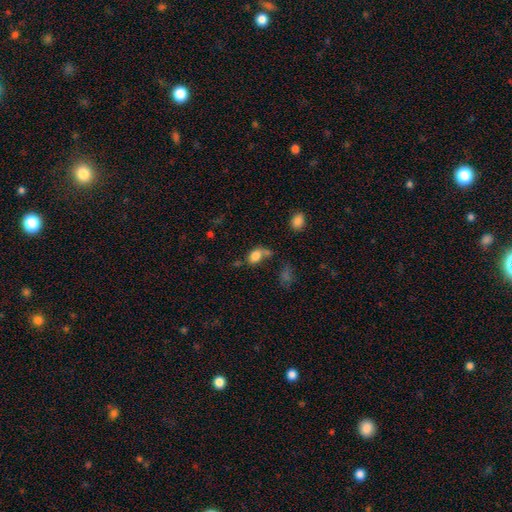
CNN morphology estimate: Q: Smooth or featured?
A: smooth (80%); runner-up: star or artifact (10%)
Q: How rounded?
A: in between (75%); runner-up: round (23%)
Q: Merging?
A: none (42%); runner-up: merger (26%)